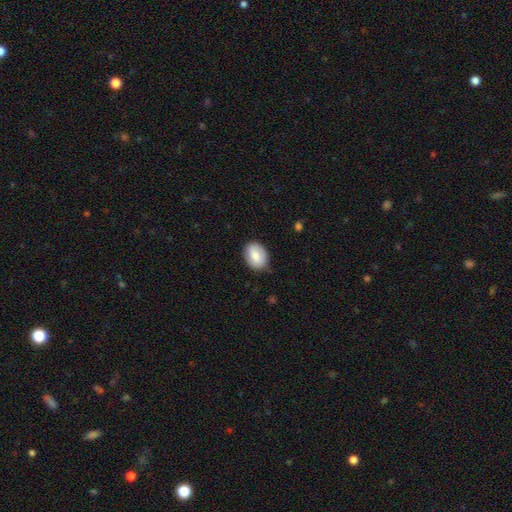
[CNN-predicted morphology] smooth 83%, featured or disk 10%, star or artifact 7%. Down the decision tree: how rounded — in between (73%); merging — none (78%).